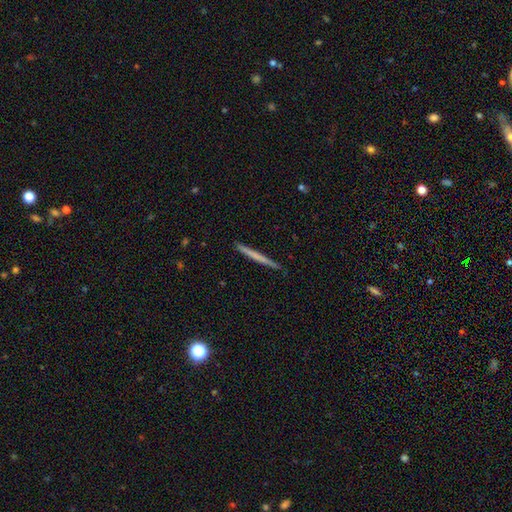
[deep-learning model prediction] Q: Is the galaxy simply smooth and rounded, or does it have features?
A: smooth — 54%.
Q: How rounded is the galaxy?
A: cigar-shaped — 97%.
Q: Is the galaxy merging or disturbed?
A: none — 91%.